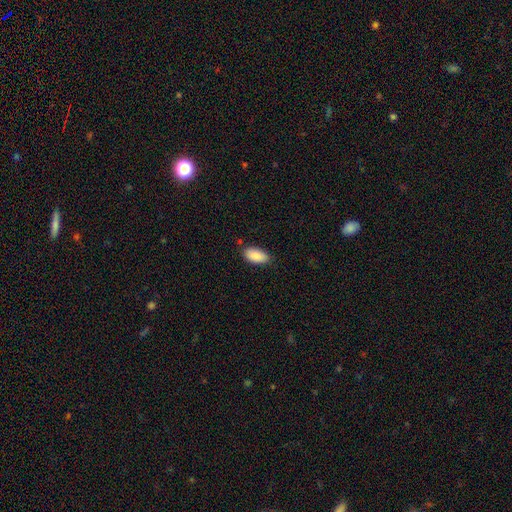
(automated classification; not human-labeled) This appears to be a smooth galaxy with no disk features (89%) that is in between round and cigar-shaped (94%). Merging: none (83%).